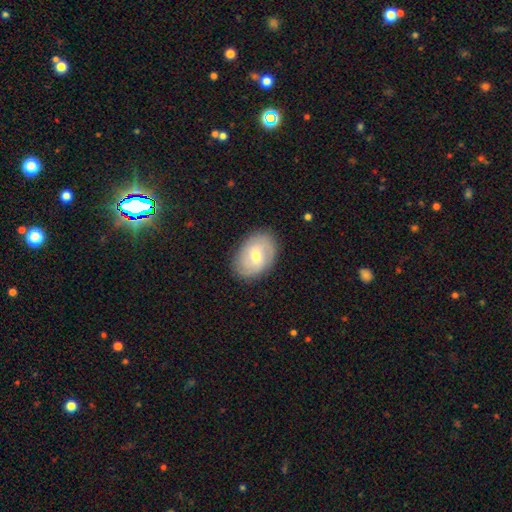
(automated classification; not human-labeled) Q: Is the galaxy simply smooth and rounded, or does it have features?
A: featured or disk — 47%.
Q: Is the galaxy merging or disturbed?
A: none — 85%.